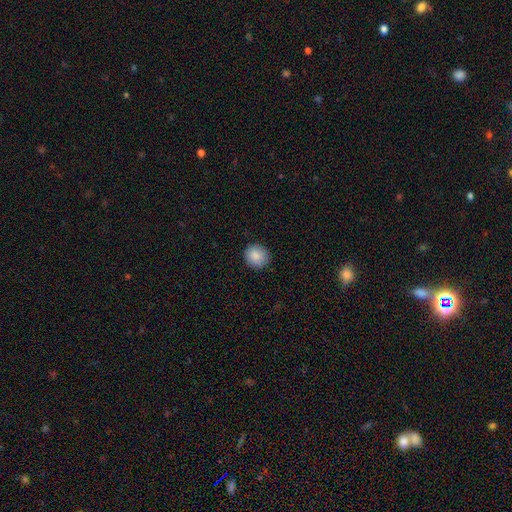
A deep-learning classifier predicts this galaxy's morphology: Smooth or featured? Predicted: smooth (p=0.88). How rounded? Predicted: round (p=0.87). Merging? Predicted: none (p=0.90).